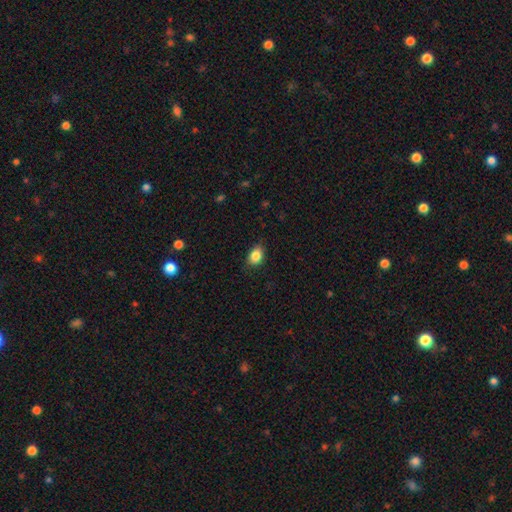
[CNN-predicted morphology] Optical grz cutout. It shows a smooth galaxy with no disk features (86%) that is in between round and cigar-shaped (72%). Merging: none (81%).